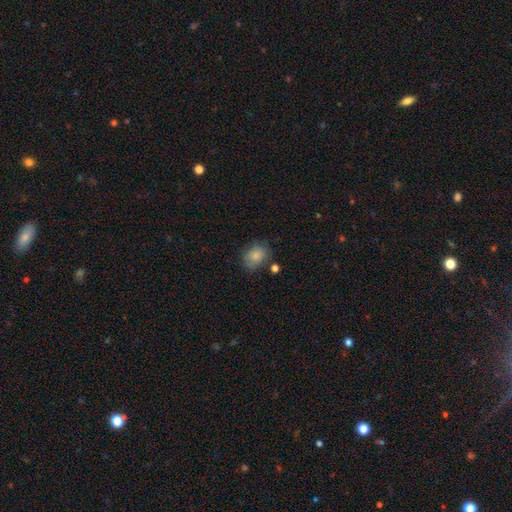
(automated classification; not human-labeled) smooth_or_featured: smooth (p=0.84) [alt: star or artifact p=0.08]
how_rounded: in between (p=0.60) [alt: round p=0.39]
merging: none (p=0.69) [alt: minor disturbance p=0.20]